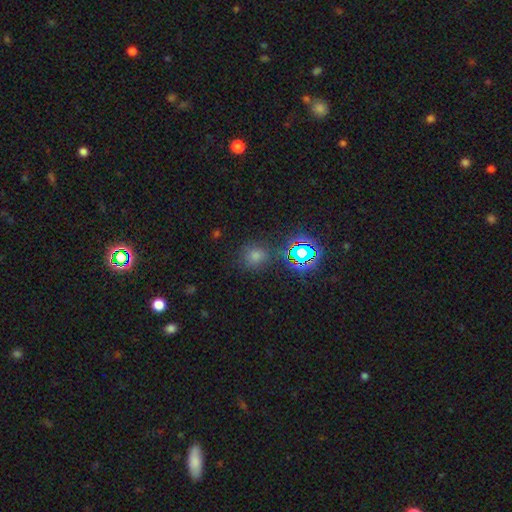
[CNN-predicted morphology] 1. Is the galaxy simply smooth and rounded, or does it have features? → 62% smooth, 30% star or artifact, 8% featured or disk.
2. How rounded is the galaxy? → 78% round, 21% in between, 1% cigar-shaped.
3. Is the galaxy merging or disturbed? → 77% none, 14% minor disturbance, 6% major disturbance, 4% merger.